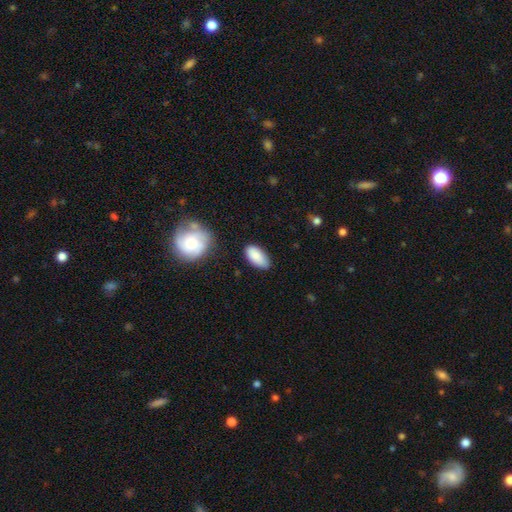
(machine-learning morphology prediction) smooth-or-featured: smooth: 87% | star or artifact: 7% | featured or disk: 7%
  how-rounded: in between: 93% | cigar-shaped: 4% | round: 3%
  merging: none: 75% | minor disturbance: 19% | major disturbance: 3% | merger: 3%